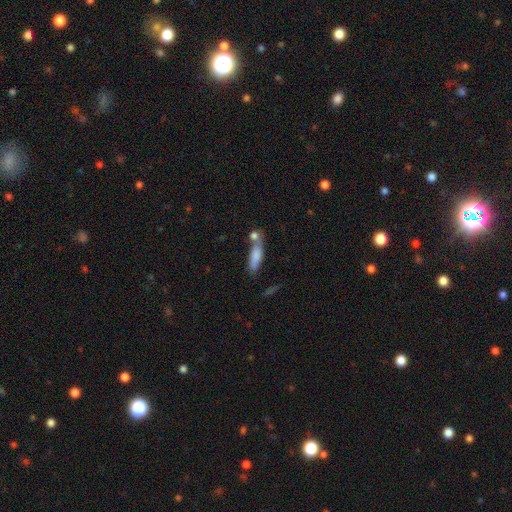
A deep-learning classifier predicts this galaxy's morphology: Smooth or featured? Predicted: smooth (p=0.75). How rounded? Predicted: cigar-shaped (p=0.55). Merging? Predicted: none (p=0.43).